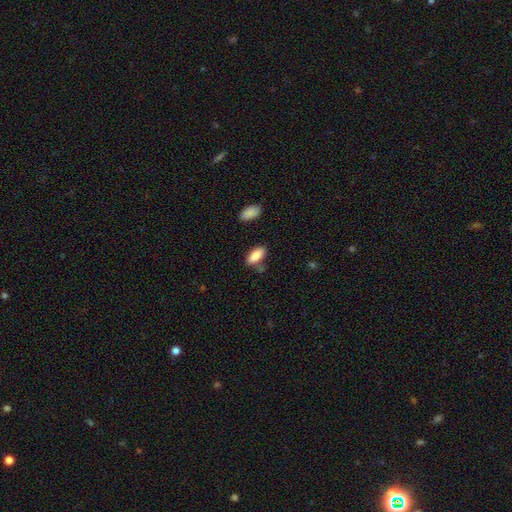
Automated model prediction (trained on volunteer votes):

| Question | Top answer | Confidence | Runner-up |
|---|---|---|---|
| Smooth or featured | smooth | 85% | featured or disk (8%) |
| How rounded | in between | 82% | cigar-shaped (16%) |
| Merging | none | 73% | minor disturbance (16%) |